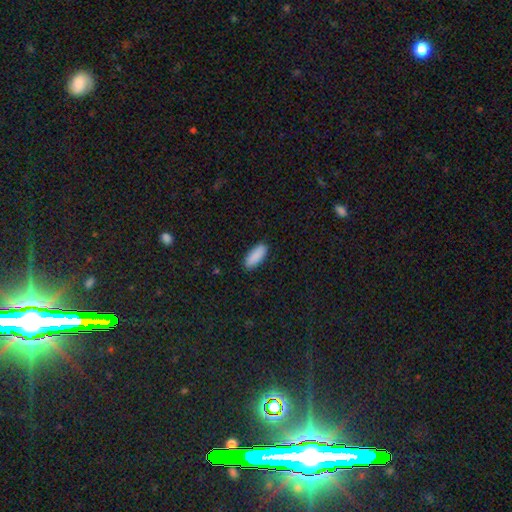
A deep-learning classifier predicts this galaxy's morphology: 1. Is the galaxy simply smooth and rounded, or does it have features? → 91% smooth, 6% star or artifact, 3% featured or disk.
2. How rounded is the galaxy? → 74% in between, 24% cigar-shaped, 2% round.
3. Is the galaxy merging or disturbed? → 90% none, 7% minor disturbance, 2% major disturbance, 1% merger.